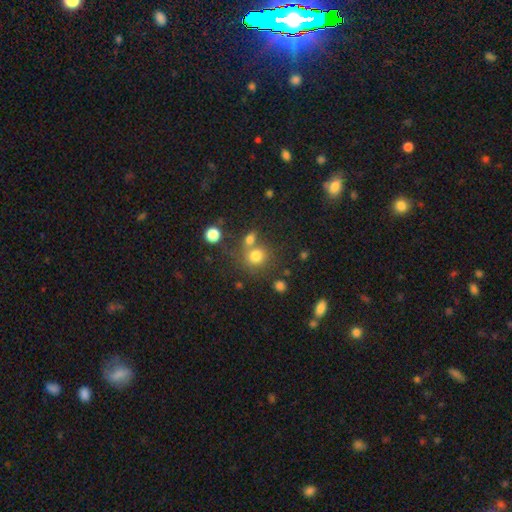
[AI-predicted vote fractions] Smooth or featured? Predicted: smooth (p=0.77). How rounded? Predicted: round (p=0.82). Merging? Predicted: none (p=0.54).